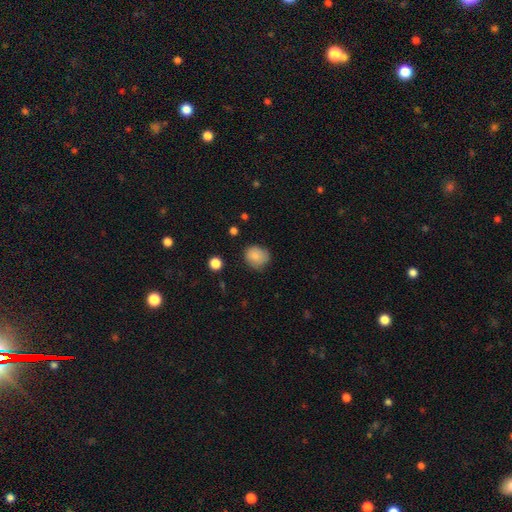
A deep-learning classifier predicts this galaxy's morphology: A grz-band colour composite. It shows a smooth galaxy with no disk features (83%) that is round (72%). Merging: none (70%).